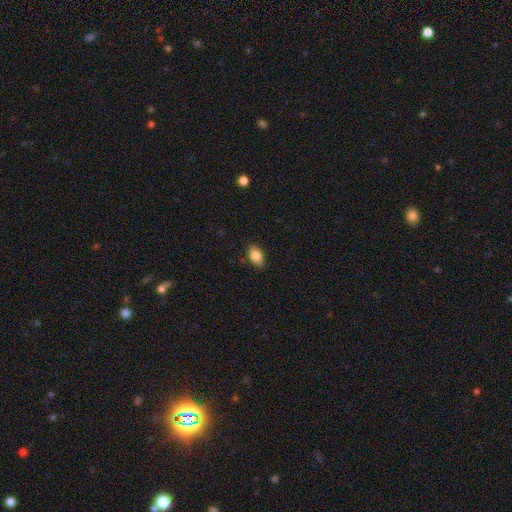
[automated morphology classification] Overall: smooth (84%). How rounded: in between (89%). Merging: none (83%).